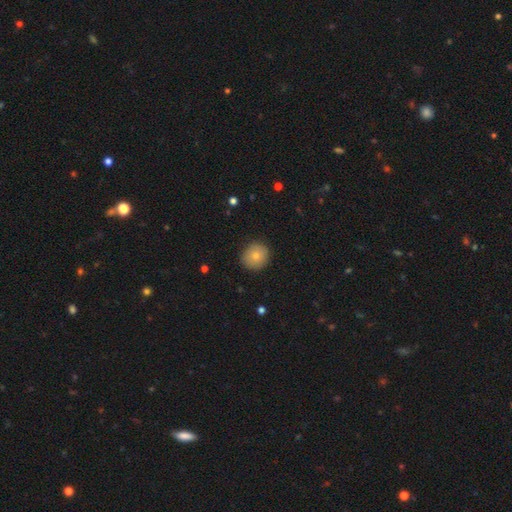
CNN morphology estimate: A smooth galaxy with no disk features (78%) that is round (88%). Merging: none (89%).